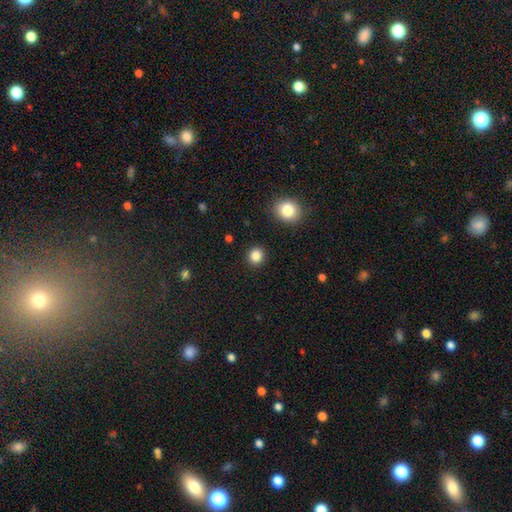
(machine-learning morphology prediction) smooth 85%, star or artifact 11%, featured or disk 4%. Down the decision tree: how rounded — round (87%); merging — none (91%).